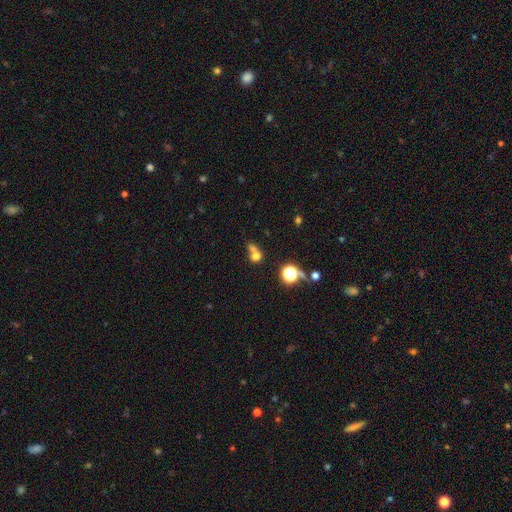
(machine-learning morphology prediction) The model was most divided on "merging": merger: 55%, none: 33%, minor disturbance: 7%, major disturbance: 5%. More confident: how rounded — round (74%); smooth or featured — smooth (67%).